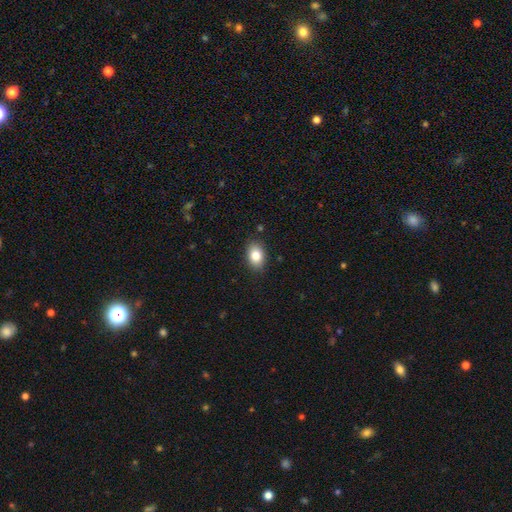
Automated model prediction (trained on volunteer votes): smooth 82%, featured or disk 9%, star or artifact 8%. Down the decision tree: how rounded — in between (83%); merging — none (87%).